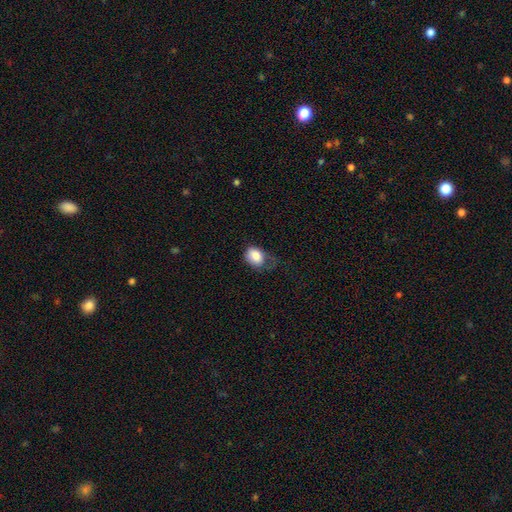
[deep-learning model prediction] smooth-or-featured: smooth: 82% | featured or disk: 10% | star or artifact: 8%
  how-rounded: in between: 59% | round: 40% | cigar-shaped: 1%
  merging: none: 37% | minor disturbance: 34% | major disturbance: 26% | merger: 2%